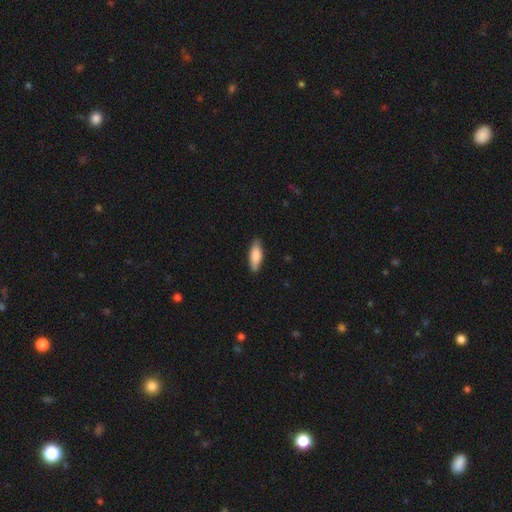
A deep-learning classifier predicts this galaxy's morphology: A smooth galaxy with no disk features (81%) that is in between round and cigar-shaped (62%).

Vote fractions:
- Smooth or featured? smooth: 81% / featured or disk: 14% / star or artifact: 5%
- How rounded? in between: 62% / cigar-shaped: 36% / round: 2%
- Merging? none: 85% / minor disturbance: 12% / major disturbance: 2% / merger: 1%